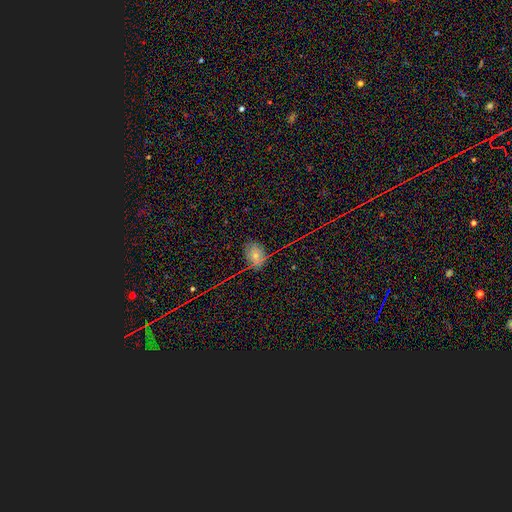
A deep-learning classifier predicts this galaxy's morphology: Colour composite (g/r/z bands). It shows a smooth galaxy with no disk features (60%) that is in between round and cigar-shaped (74%). Merging: none (75%).